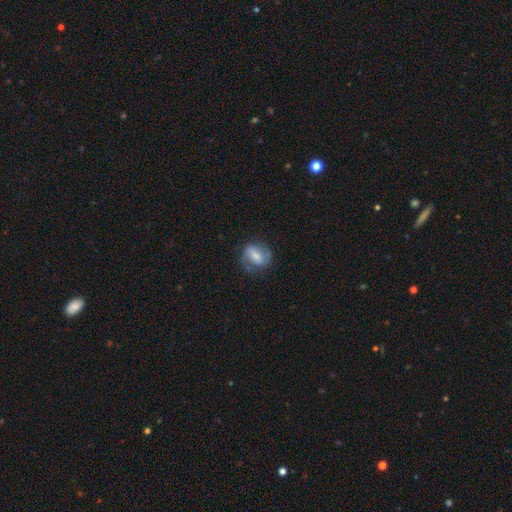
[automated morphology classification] Smooth or featured? Predicted: featured or disk (p=0.48). Merging? Predicted: none (p=0.64).